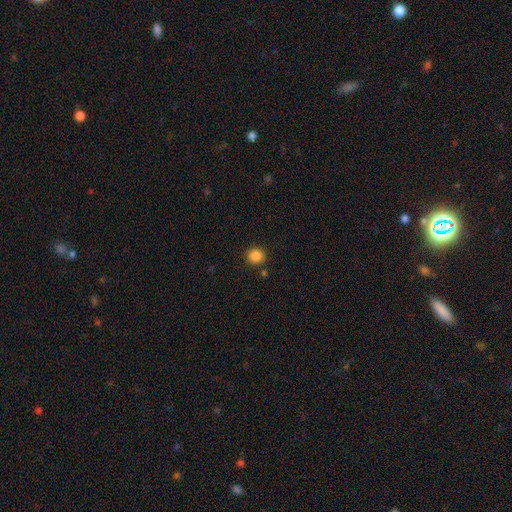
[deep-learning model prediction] A smooth galaxy with no disk features (86%) that is round (89%). Merging: none (87%).